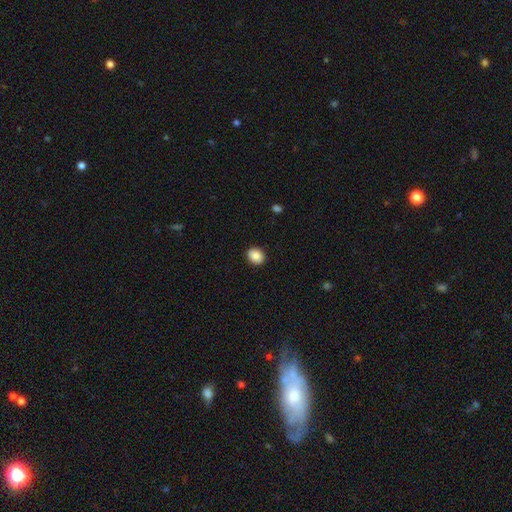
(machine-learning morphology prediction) Smooth or featured? Predicted: smooth (p=0.86). How rounded? Predicted: round (p=0.62). Merging? Predicted: none (p=0.91).